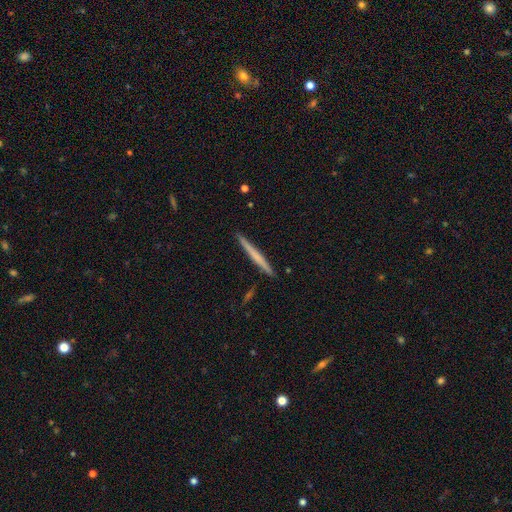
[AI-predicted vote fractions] smooth_or_featured: smooth (p=0.49) [alt: featured or disk p=0.46]
merging: none (p=0.92) [alt: minor disturbance p=0.06]